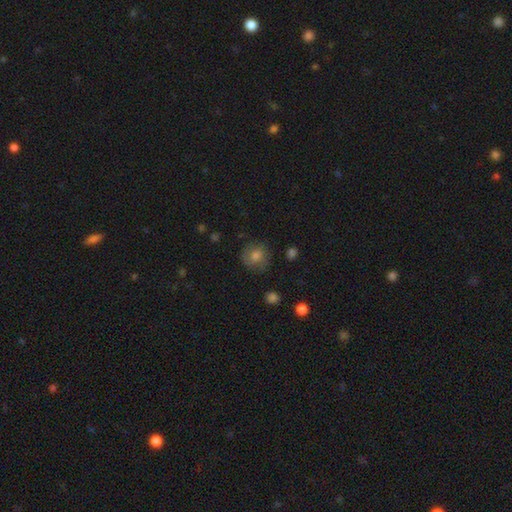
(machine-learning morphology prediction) type=smooth (63%); roundness=round (84%); merging=none (76%).